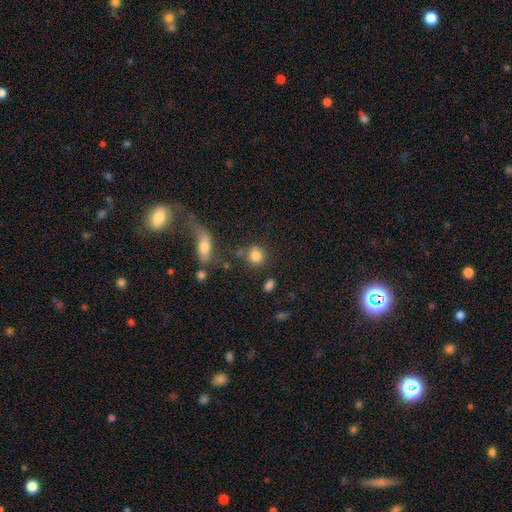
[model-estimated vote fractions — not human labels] A smooth galaxy with no disk features (83%) that is round (79%).

Vote fractions:
- Smooth or featured? smooth: 83% / star or artifact: 10% / featured or disk: 7%
- How rounded? round: 79% / in between: 19% / cigar-shaped: 2%
- Merging? none: 69% / minor disturbance: 13% / merger: 13% / major disturbance: 6%